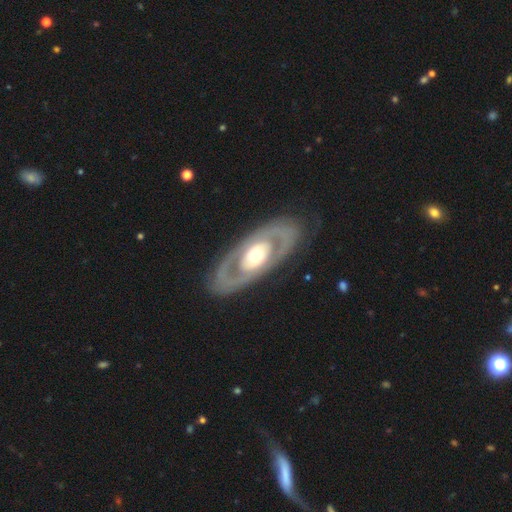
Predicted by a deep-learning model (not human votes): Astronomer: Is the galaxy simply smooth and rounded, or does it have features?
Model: featured or disk — 73%.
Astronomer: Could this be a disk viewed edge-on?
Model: no — 89%.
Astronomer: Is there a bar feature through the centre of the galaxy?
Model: no — 84%.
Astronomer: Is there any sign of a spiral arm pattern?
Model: no — 71%.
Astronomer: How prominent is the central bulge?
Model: moderate — 66%.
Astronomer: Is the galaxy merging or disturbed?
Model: none — 83%.